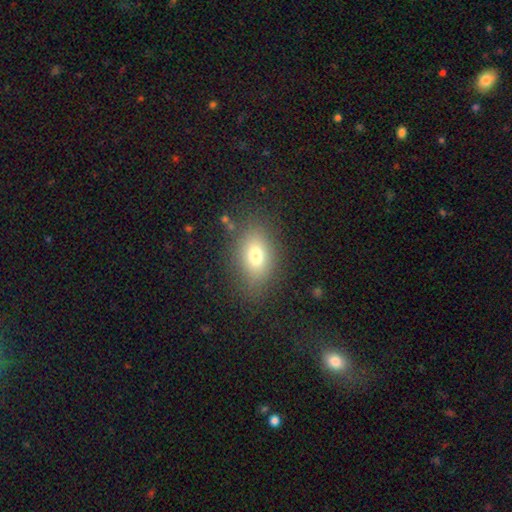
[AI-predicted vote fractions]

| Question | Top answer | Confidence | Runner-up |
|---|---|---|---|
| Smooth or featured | smooth | 73% | featured or disk (14%) |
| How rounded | in between | 77% | round (21%) |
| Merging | none | 80% | minor disturbance (12%) |